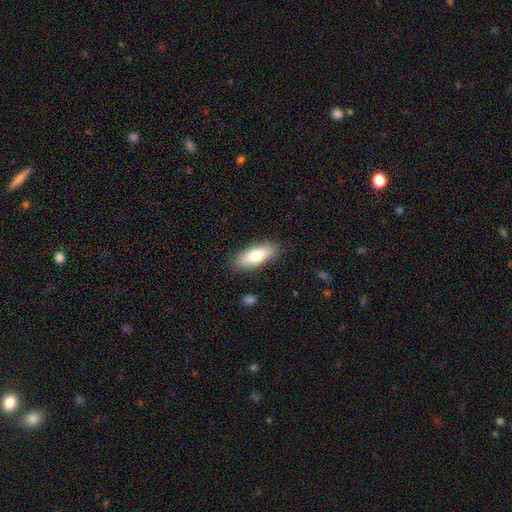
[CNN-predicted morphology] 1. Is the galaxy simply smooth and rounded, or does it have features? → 73% smooth, 21% featured or disk, 7% star or artifact.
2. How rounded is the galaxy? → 71% in between, 27% cigar-shaped, 3% round.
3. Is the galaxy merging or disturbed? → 86% none, 10% minor disturbance, 2% major disturbance, 1% merger.